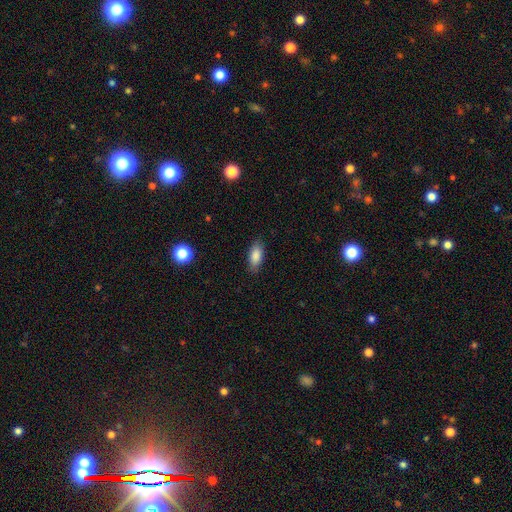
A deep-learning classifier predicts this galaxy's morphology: type=smooth (87%); roundness=in between (85%); merging=none (86%).